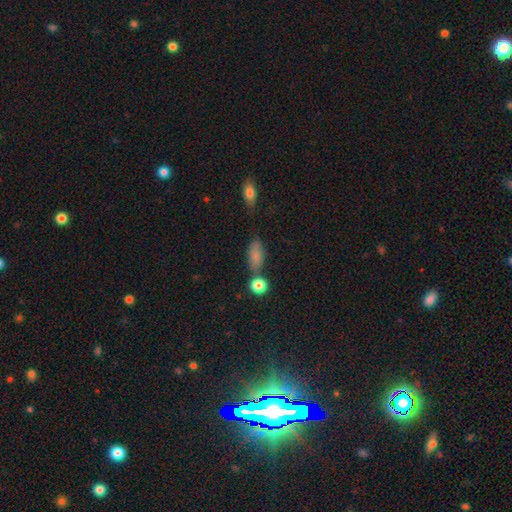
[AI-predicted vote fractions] Smooth or featured: smooth — 79% (star or artifact — 11%)
How rounded: in between — 80% (round — 10%)
Merging: none — 62% (minor disturbance — 20%)